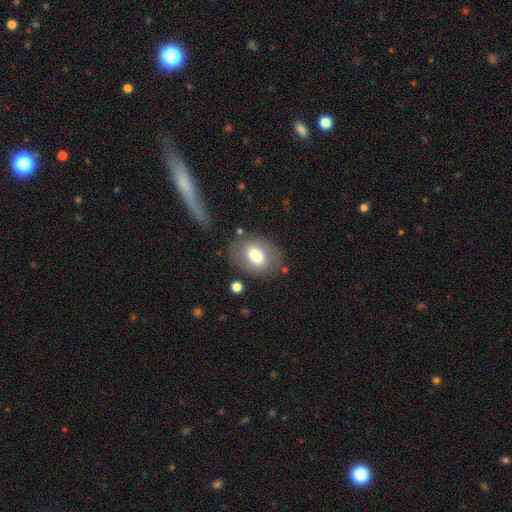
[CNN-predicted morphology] smooth 70%, featured or disk 23%, star or artifact 8%. Down the decision tree: how rounded — in between (76%); merging — none (76%).